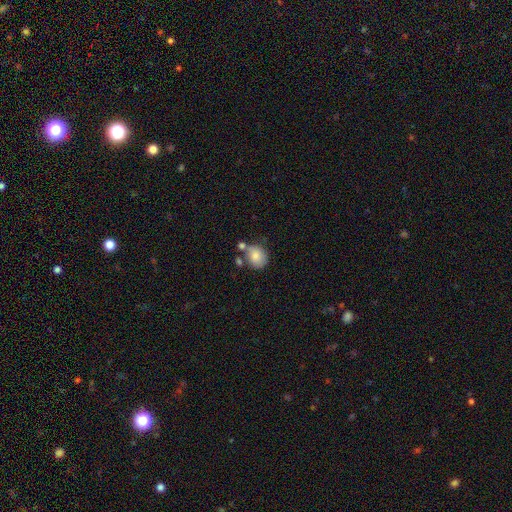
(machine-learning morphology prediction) Smooth or featured: smooth — 80% (featured or disk — 12%)
How rounded: round — 61% (in between — 38%)
Merging: none — 52% (merger — 21%)